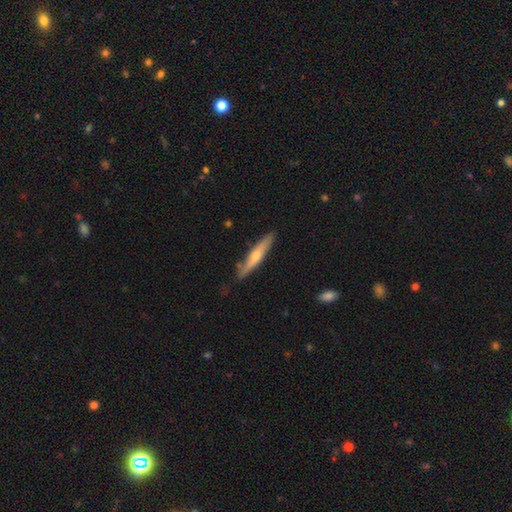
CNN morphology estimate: Q: Smooth or featured?
A: featured or disk (50%); runner-up: smooth (45%)
Q: Merging?
A: none (80%); runner-up: minor disturbance (16%)